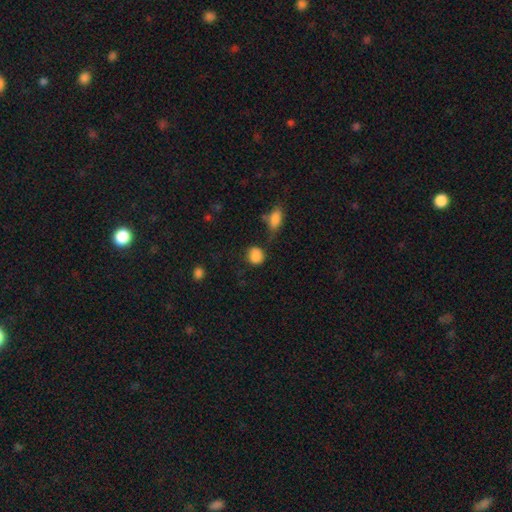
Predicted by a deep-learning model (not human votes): Morphology: type=smooth (84%); roundness=round (73%); merging=none (62%).